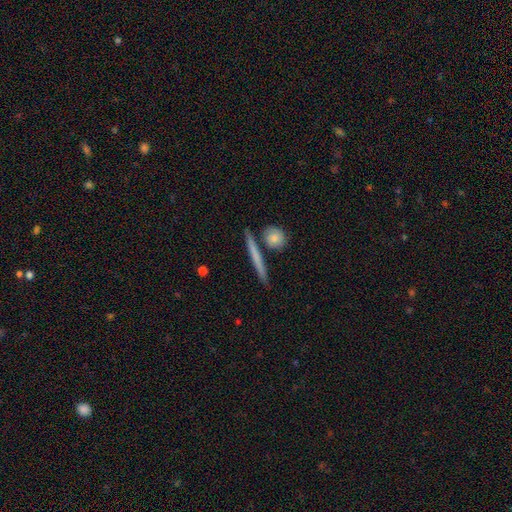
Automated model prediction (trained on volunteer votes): Smooth or featured? Predicted: smooth (p=0.55). How rounded? Predicted: cigar-shaped (p=0.90). Merging? Predicted: none (p=0.80).